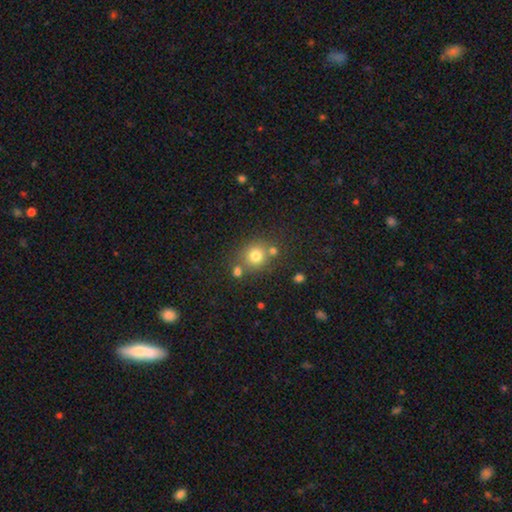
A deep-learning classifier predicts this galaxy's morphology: This is likely a smooth galaxy (77%). How rounded: clearly round (87%). Merging: likely none (68%).